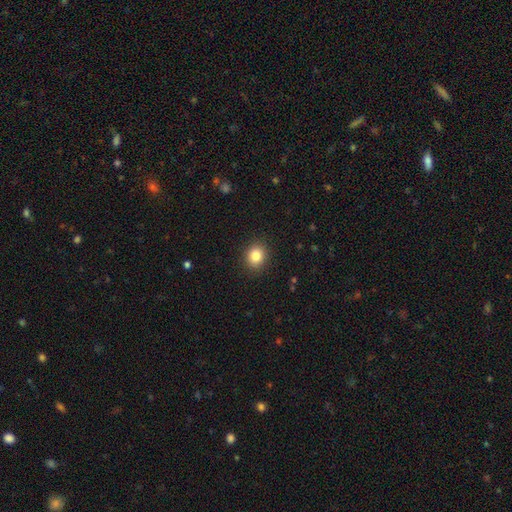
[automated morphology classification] smooth-or-featured: smooth: 84% | star or artifact: 10% | featured or disk: 6%
  how-rounded: round: 68% | in between: 32% | cigar-shaped: 1%
  merging: none: 90% | minor disturbance: 7% | major disturbance: 2% | merger: 1%